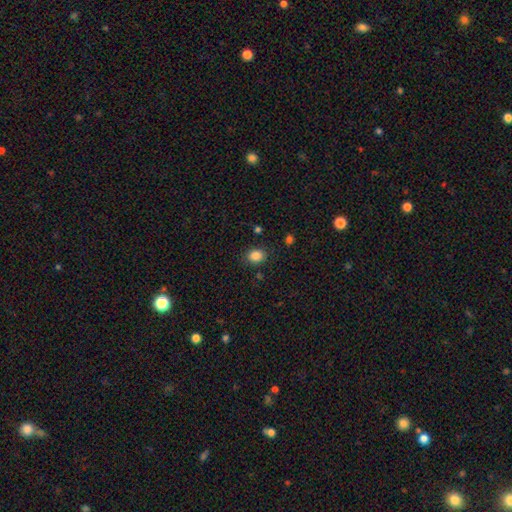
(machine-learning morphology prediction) Smooth or featured?
  - smooth: 85% *
  - star or artifact: 10%
  - featured or disk: 4%
How rounded?
  - round: 54% *
  - in between: 45%
  - cigar-shaped: 1%
Merging?
  - none: 84% *
  - minor disturbance: 11%
  - major disturbance: 3%
  - merger: 2%